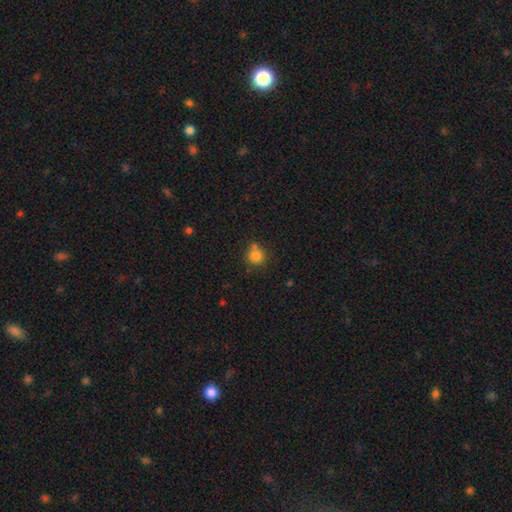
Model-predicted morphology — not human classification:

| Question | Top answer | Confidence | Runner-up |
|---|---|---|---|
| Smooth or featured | smooth | 81% | star or artifact (12%) |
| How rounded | round | 86% | in between (13%) |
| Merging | none | 62% | merger (18%) |